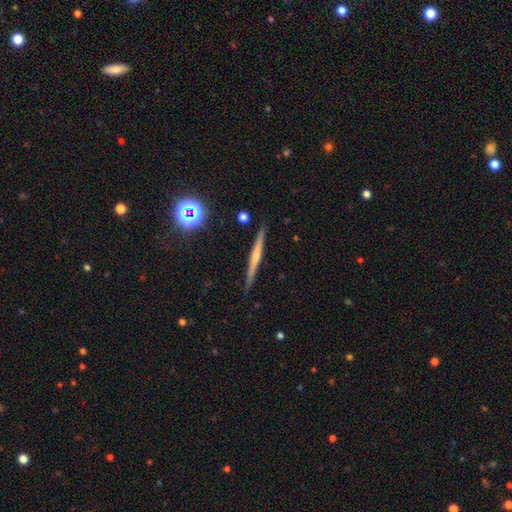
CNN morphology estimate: This appears to be a featured or disk galaxy (60%) viewed edge-on (97%) with a rounded central bulge (49%). Merging: none (90%).